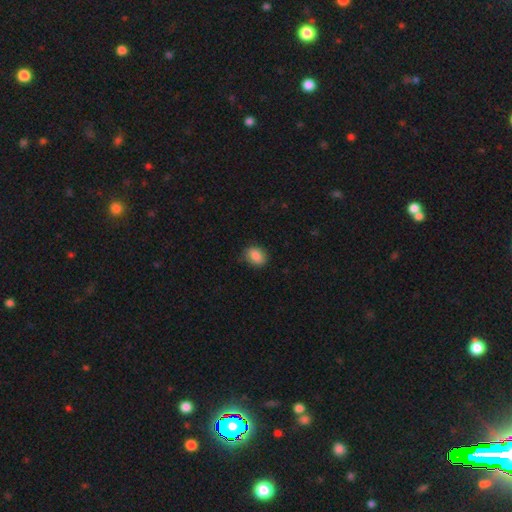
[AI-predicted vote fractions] This is clearly a smooth galaxy (87%). How rounded: likely in between (71%). Merging: likely none (79%).